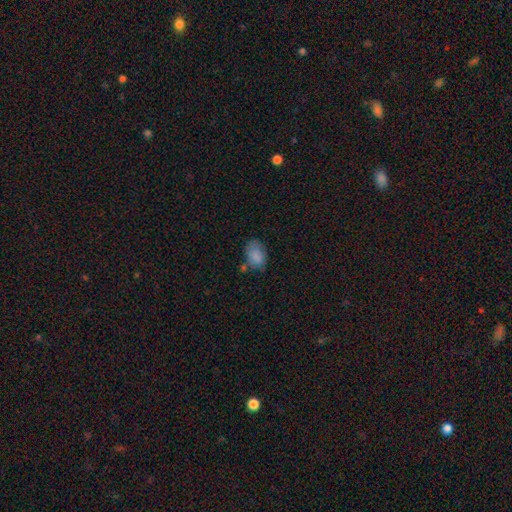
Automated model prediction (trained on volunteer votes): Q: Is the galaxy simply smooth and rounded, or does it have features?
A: smooth — 82%.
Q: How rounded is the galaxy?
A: in between — 82%.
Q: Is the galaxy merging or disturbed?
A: none — 56%.